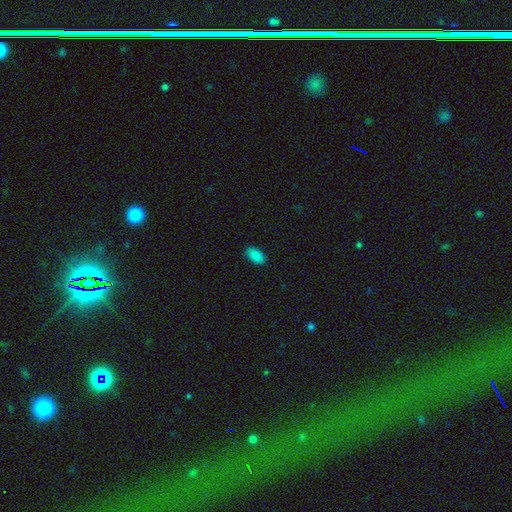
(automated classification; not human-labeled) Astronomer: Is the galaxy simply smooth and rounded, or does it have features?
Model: smooth — 88%.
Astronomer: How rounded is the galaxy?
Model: in between — 94%.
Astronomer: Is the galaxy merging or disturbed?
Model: none — 87%.